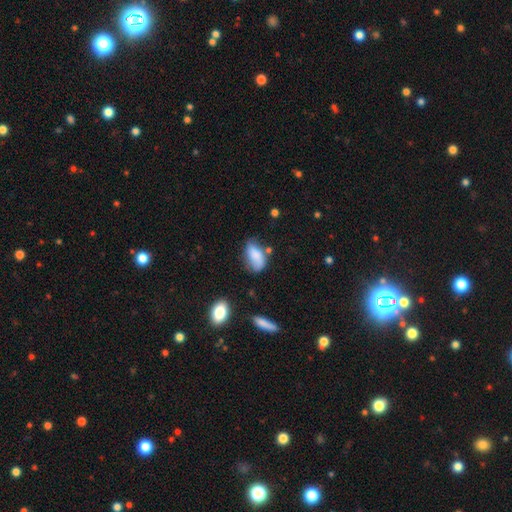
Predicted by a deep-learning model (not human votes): This is likely a smooth galaxy (78%). How rounded: clearly in between (90%). Merging: marginally none (44%).